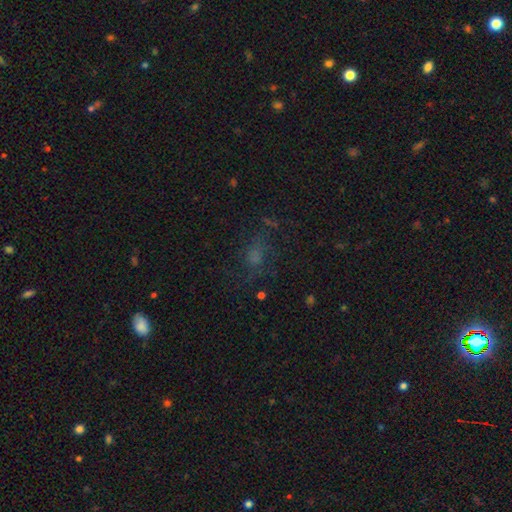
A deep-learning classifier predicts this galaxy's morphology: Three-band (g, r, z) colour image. It shows a smooth galaxy with no disk features (40%). Merging: none (54%).